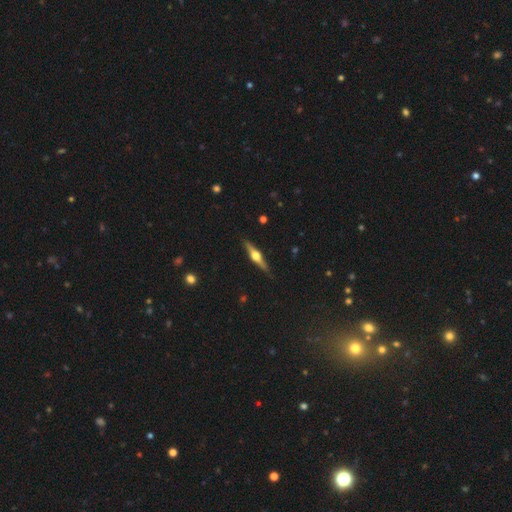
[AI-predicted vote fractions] smooth-or-featured: featured or disk: 77% | smooth: 18% | star or artifact: 5%
  disk-edge-on: yes: 98% | no: 2%
    edge-on-bulge: rounded: 95% | boxy: 3% | none: 2%
  merging: none: 89% | minor disturbance: 8% | major disturbance: 2% | merger: 1%